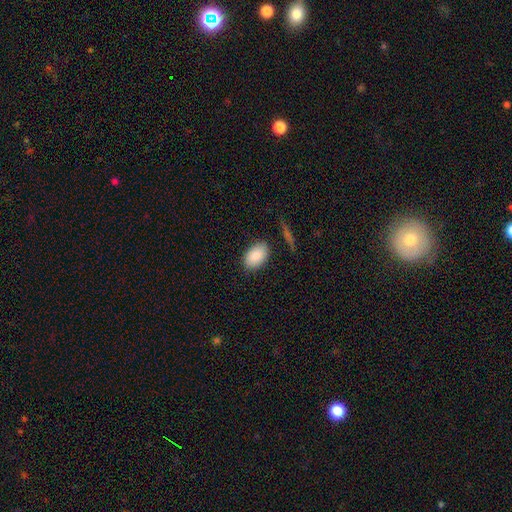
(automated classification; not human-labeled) Smooth or featured?
  - smooth: 89% *
  - star or artifact: 6%
  - featured or disk: 5%
How rounded?
  - in between: 91% *
  - round: 7%
  - cigar-shaped: 1%
Merging?
  - none: 83% *
  - minor disturbance: 12%
  - major disturbance: 3%
  - merger: 2%